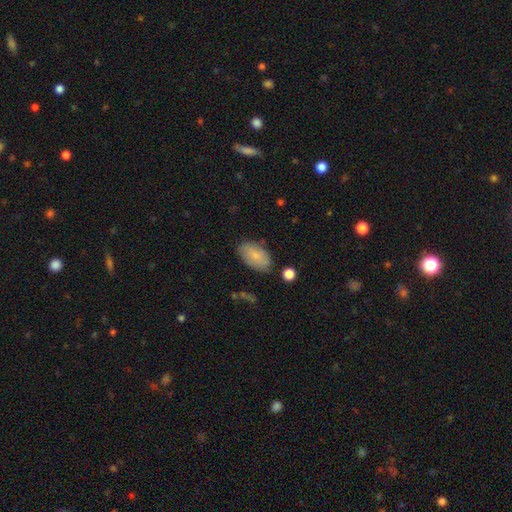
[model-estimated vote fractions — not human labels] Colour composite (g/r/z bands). It shows a smooth galaxy with no disk features (80%) that is in between round and cigar-shaped (94%). Merging: none (77%).